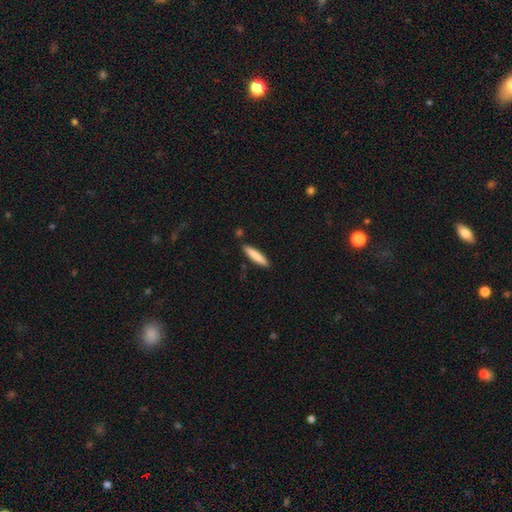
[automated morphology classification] Smooth or featured? Predicted: smooth (p=0.82). How rounded? Predicted: cigar-shaped (p=0.88). Merging? Predicted: none (p=0.87).